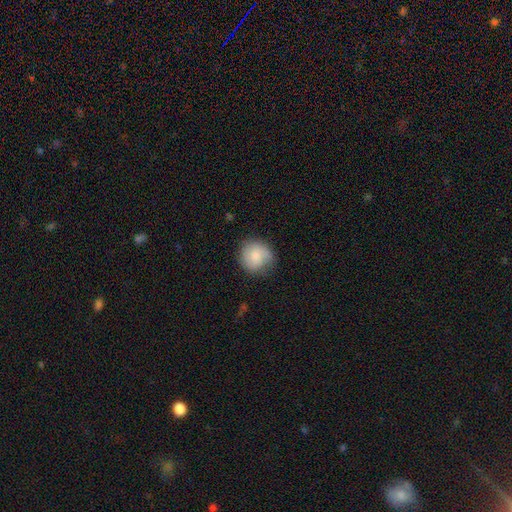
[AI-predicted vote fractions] Smooth or featured?
  - smooth: 68% *
  - featured or disk: 25%
  - star or artifact: 7%
How rounded?
  - round: 87% *
  - in between: 12%
  - cigar-shaped: 1%
Merging?
  - none: 71% *
  - minor disturbance: 21%
  - major disturbance: 6%
  - merger: 1%